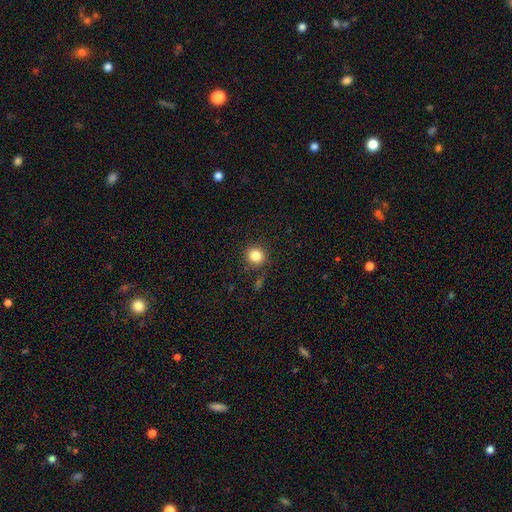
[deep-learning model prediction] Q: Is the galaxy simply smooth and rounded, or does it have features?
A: smooth — 83%.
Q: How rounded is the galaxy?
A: round — 88%.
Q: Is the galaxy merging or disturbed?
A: none — 87%.